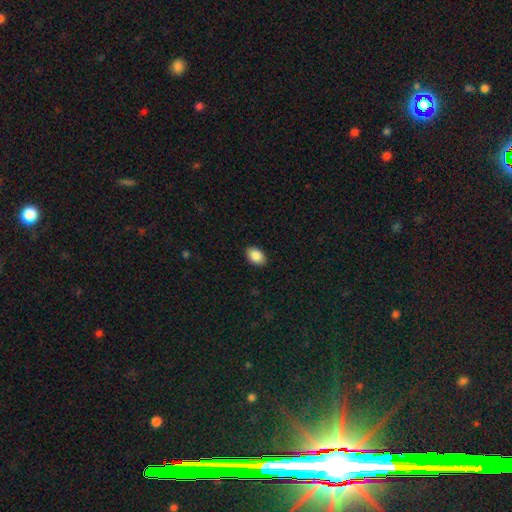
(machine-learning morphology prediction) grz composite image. It shows a smooth galaxy with no disk features (88%) that is in between round and cigar-shaped (85%). Merging: none (89%).